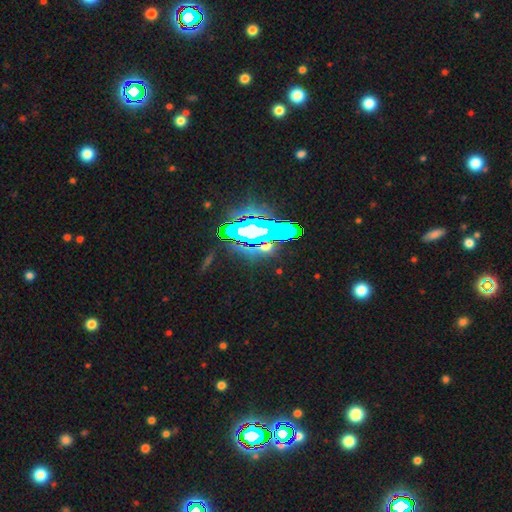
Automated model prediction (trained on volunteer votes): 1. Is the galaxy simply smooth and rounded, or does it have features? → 69% star or artifact, 19% featured or disk, 12% smooth.